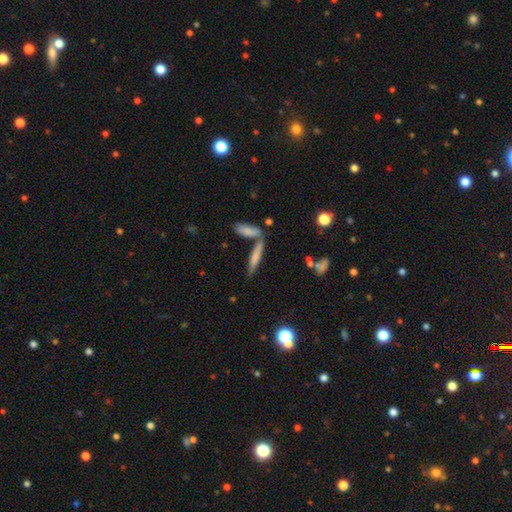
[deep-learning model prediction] This appears to be a smooth galaxy with no disk features (63%) that is cigar-shaped (83%). Merging: none (63%).